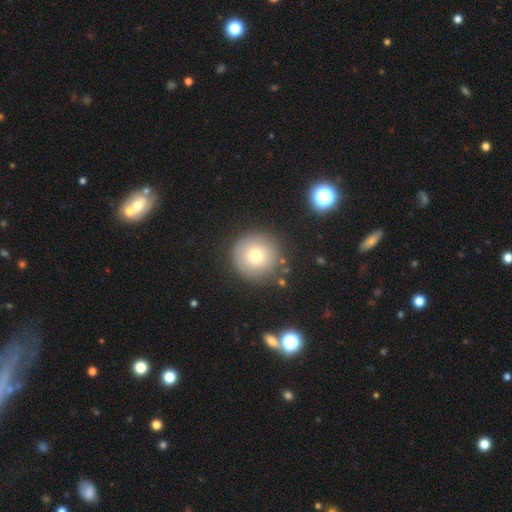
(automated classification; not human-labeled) smooth_or_featured: smooth (p=0.69) [alt: featured or disk p=0.20]
how_rounded: round (p=0.96) [alt: in between p=0.03]
merging: none (p=0.84) [alt: minor disturbance p=0.09]